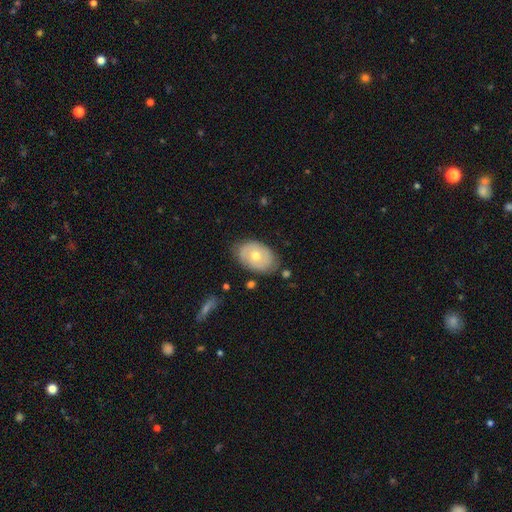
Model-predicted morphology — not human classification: A smooth galaxy with no disk features (50%) that is in between round and cigar-shaped (82%). Merging: none (75%).